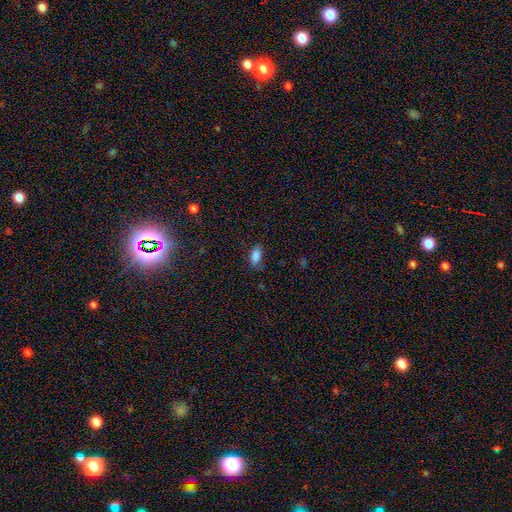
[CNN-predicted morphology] Smooth or featured? smooth (86%)
How rounded? in between (91%)
Merging? none (74%)